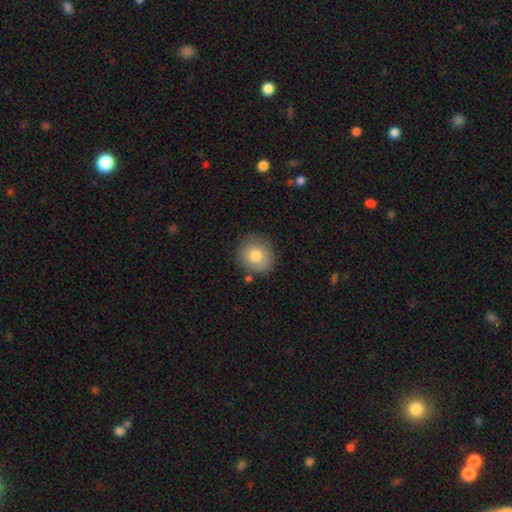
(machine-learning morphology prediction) Q: Smooth or featured?
A: smooth (78%); runner-up: featured or disk (14%)
Q: How rounded?
A: round (88%); runner-up: in between (11%)
Q: Merging?
A: none (80%); runner-up: minor disturbance (13%)